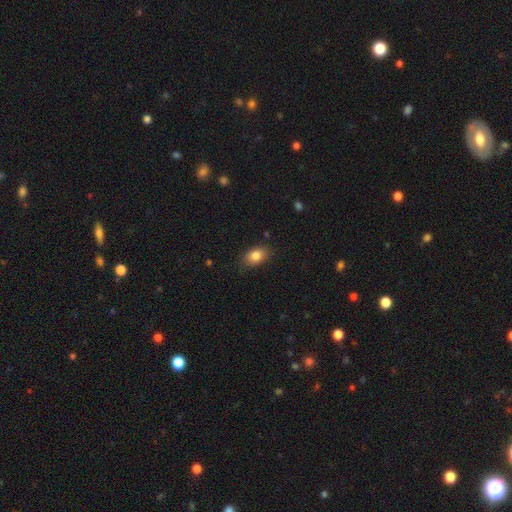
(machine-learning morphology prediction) A smooth galaxy with no disk features (83%) that is in between round and cigar-shaped (83%).

Vote fractions:
- Smooth or featured? smooth: 83% / star or artifact: 9% / featured or disk: 8%
- How rounded? in between: 83% / round: 15% / cigar-shaped: 2%
- Merging? none: 81% / minor disturbance: 15% / major disturbance: 3% / merger: 1%